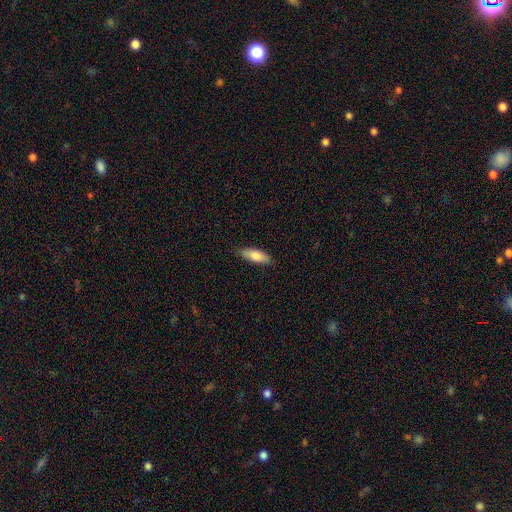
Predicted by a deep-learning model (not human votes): smooth 78%, featured or disk 16%, star or artifact 6%. Down the decision tree: how rounded — in between (61%); merging — none (85%).